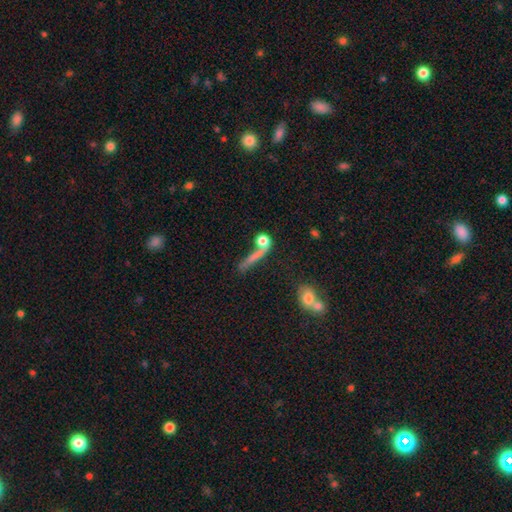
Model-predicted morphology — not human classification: Smooth or featured?
  - smooth: 55% *
  - featured or disk: 31%
  - star or artifact: 13%
How rounded?
  - cigar-shaped: 57% *
  - round: 25%
  - in between: 18%
Merging?
  - none: 41% *
  - merger: 23%
  - major disturbance: 21%
  - minor disturbance: 16%